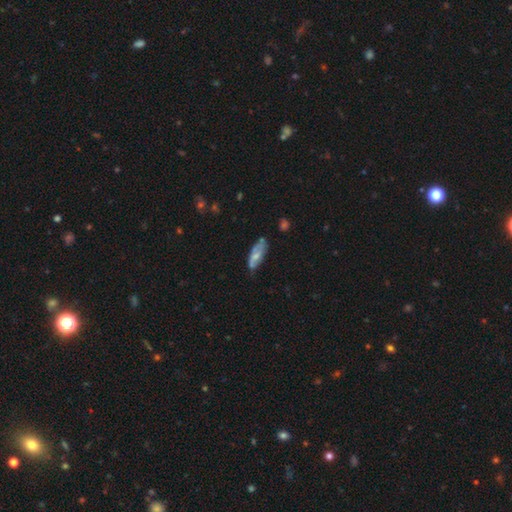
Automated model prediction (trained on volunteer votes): Overall: smooth (52%; featured or disk 42%). How rounded: in between (68%; cigar-shaped 30%). Merging: none (56%; minor disturbance 31%).